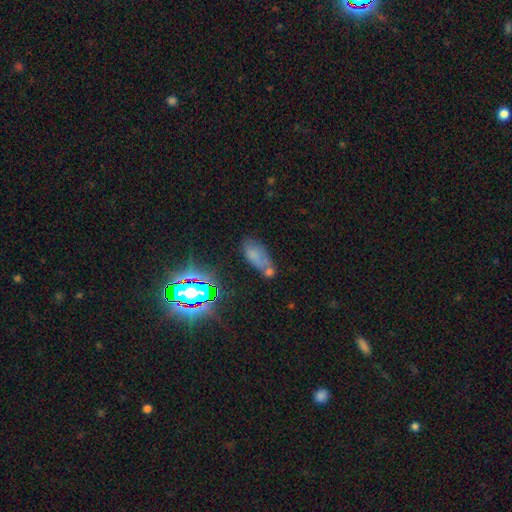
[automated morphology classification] Q: Smooth or featured?
A: smooth (61%); runner-up: star or artifact (21%)
Q: How rounded?
A: in between (84%); runner-up: cigar-shaped (11%)
Q: Merging?
A: none (42%); runner-up: minor disturbance (24%)